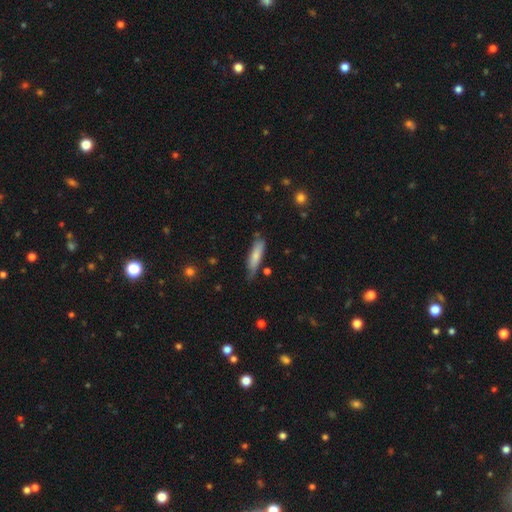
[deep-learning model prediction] Smooth or featured? smooth (75%)
How rounded? cigar-shaped (67%)
Merging? none (63%)